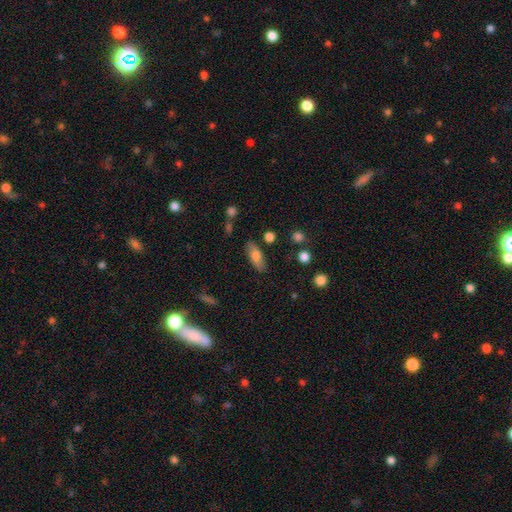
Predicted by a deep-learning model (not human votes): Smooth or featured: smooth — 75% (featured or disk — 18%)
How rounded: in between — 74% (cigar-shaped — 23%)
Merging: none — 81% (minor disturbance — 13%)